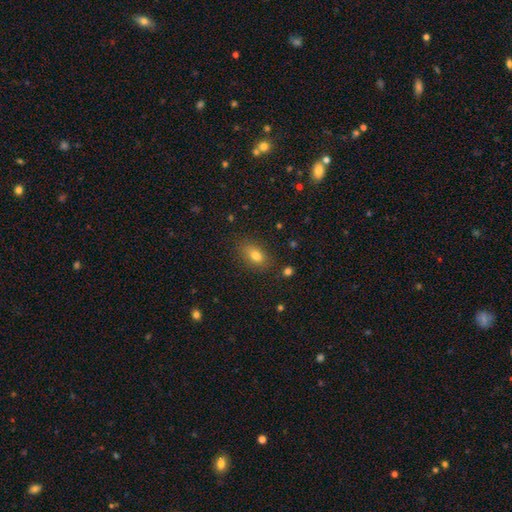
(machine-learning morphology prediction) Smooth or featured: smooth — 79% (star or artifact — 12%)
How rounded: in between — 83% (round — 12%)
Merging: none — 82% (minor disturbance — 13%)